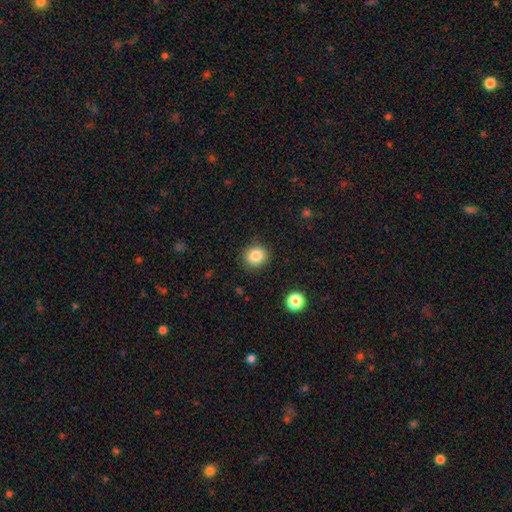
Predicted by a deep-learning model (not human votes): Smooth or featured: smooth — 85% (star or artifact — 10%)
How rounded: round — 86% (in between — 13%)
Merging: none — 89% (minor disturbance — 7%)